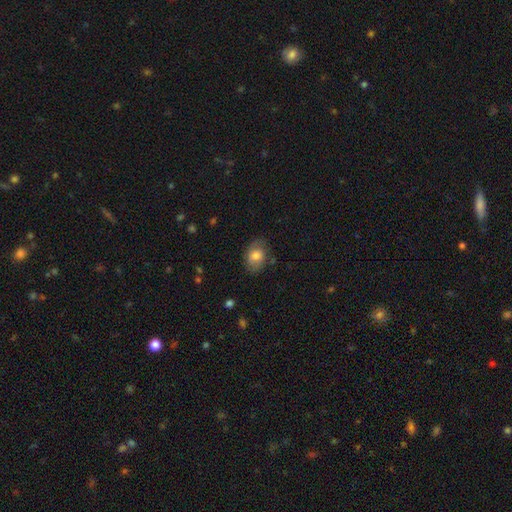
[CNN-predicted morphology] A smooth galaxy with no disk features (66%) that is in between round and cigar-shaped (74%).

Vote fractions:
- Smooth or featured? smooth: 66% / featured or disk: 26% / star or artifact: 8%
- How rounded? in between: 74% / round: 25% / cigar-shaped: 1%
- Merging? none: 72% / minor disturbance: 20% / major disturbance: 7% / merger: 2%